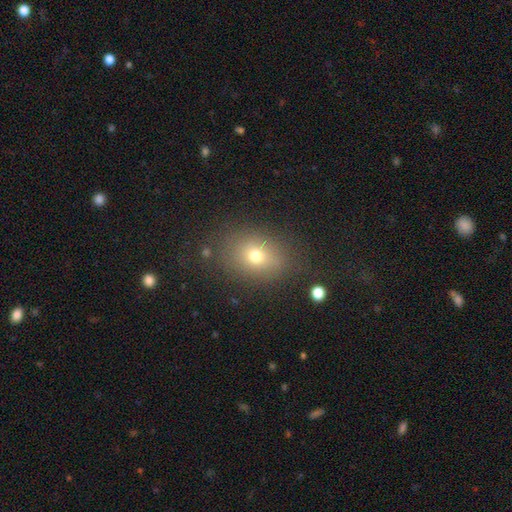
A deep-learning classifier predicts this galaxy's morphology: Smooth or featured: smooth — 69% (star or artifact — 16%)
How rounded: in between — 59% (round — 40%)
Merging: none — 79% (minor disturbance — 13%)